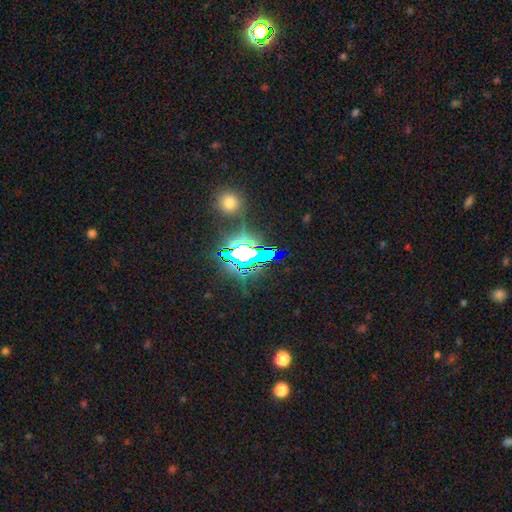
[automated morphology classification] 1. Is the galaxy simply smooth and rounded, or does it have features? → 74% star or artifact, 15% smooth, 12% featured or disk.